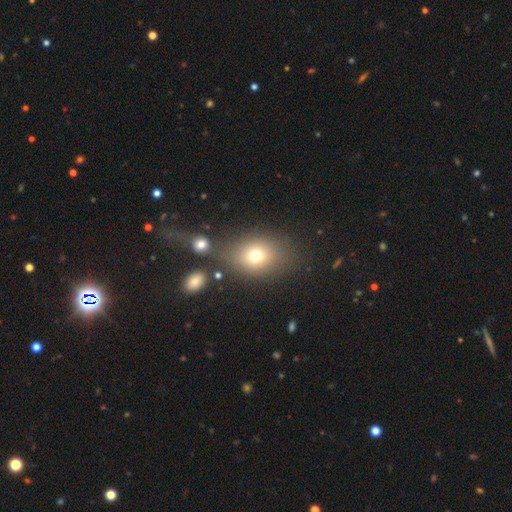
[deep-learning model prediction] smooth-or-featured: smooth: 73% | star or artifact: 14% | featured or disk: 13%
  how-rounded: in between: 58% | round: 41% | cigar-shaped: 1%
  merging: none: 70% | minor disturbance: 13% | merger: 10% | major disturbance: 7%